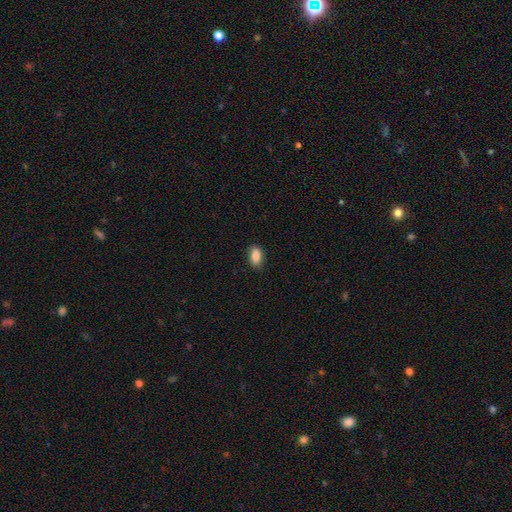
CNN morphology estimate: A smooth galaxy with no disk features (88%) that is in between round and cigar-shaped (91%).

Vote fractions:
- Smooth or featured? smooth: 88% / star or artifact: 7% / featured or disk: 5%
- How rounded? in between: 91% / round: 6% / cigar-shaped: 4%
- Merging? none: 87% / minor disturbance: 10% / major disturbance: 2% / merger: 1%